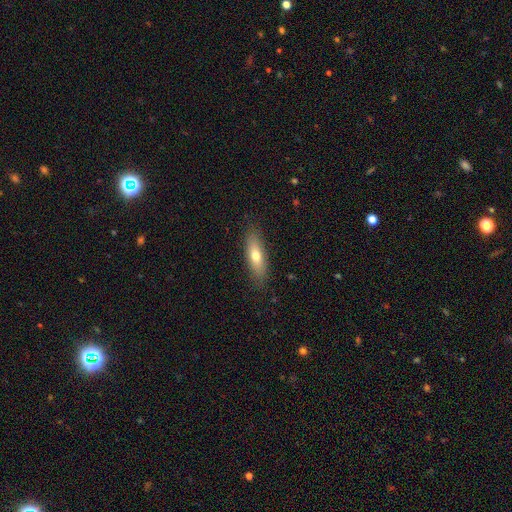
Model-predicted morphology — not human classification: Overall: smooth (67%). How rounded: in between (52%; cigar-shaped 45%). Merging: none (85%).